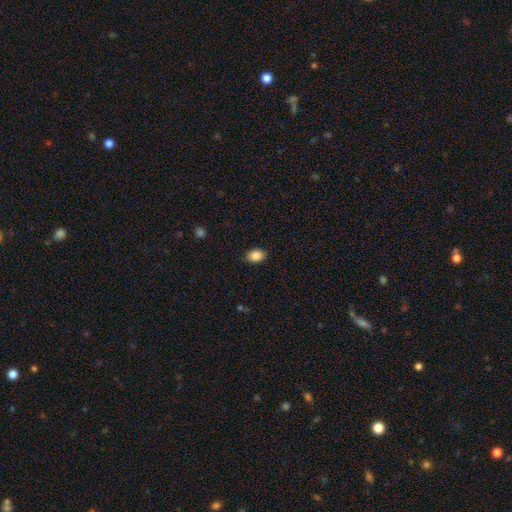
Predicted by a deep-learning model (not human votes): Smooth or featured? Predicted: smooth (p=0.87). How rounded? Predicted: in between (p=0.71). Merging? Predicted: none (p=0.85).